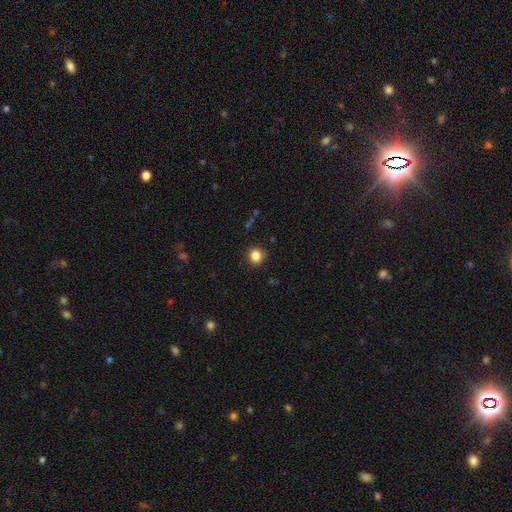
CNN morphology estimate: Smooth or featured? smooth (85%)
How rounded? round (89%)
Merging? none (89%)